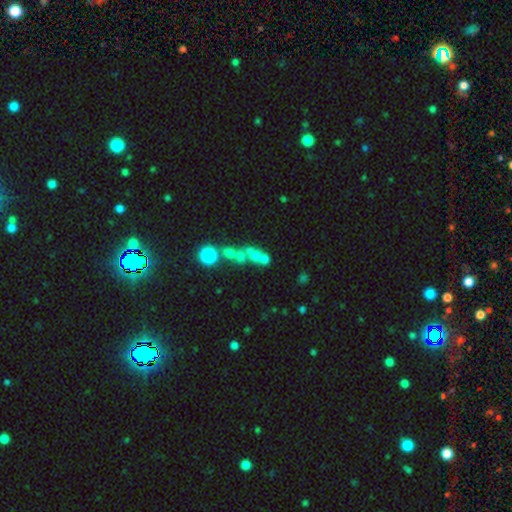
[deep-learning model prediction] A smooth galaxy with no disk features (40%). Merging: merger (47%).